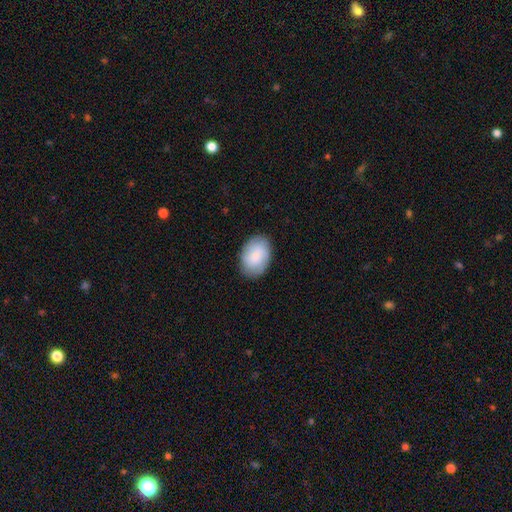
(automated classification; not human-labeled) smooth-or-featured: smooth: 85% | featured or disk: 10% | star or artifact: 6%
  how-rounded: in between: 82% | round: 17% | cigar-shaped: 1%
  merging: none: 84% | minor disturbance: 12% | major disturbance: 3% | merger: 1%